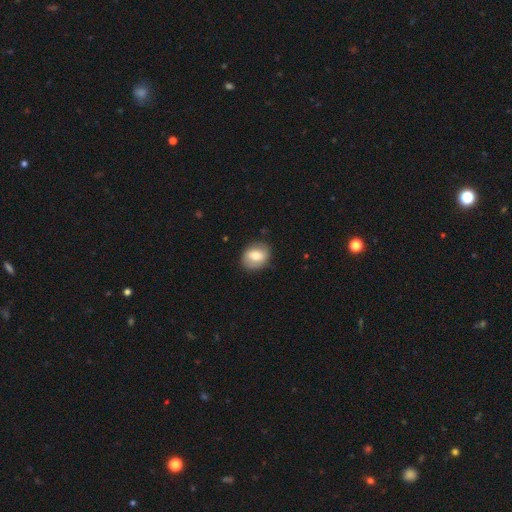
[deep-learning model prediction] Smooth or featured? smooth (69%)
How rounded? round (49%, tied with in between)
Merging? none (83%)